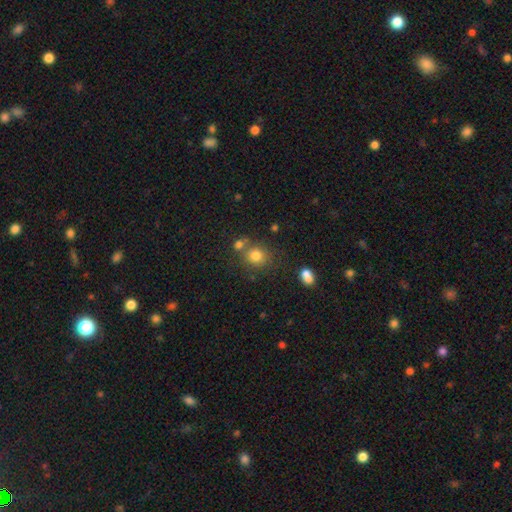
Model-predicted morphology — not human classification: smooth 79%, star or artifact 13%, featured or disk 8%. Down the decision tree: how rounded — round (79%); merging — none (65%).